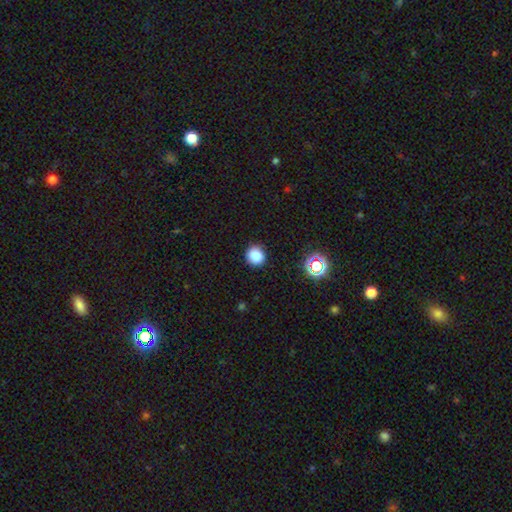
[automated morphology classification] The model was most divided on "smooth or featured": smooth: 82%, star or artifact: 14%, featured or disk: 4%. More confident: how rounded — round (90%); merging — none (89%).